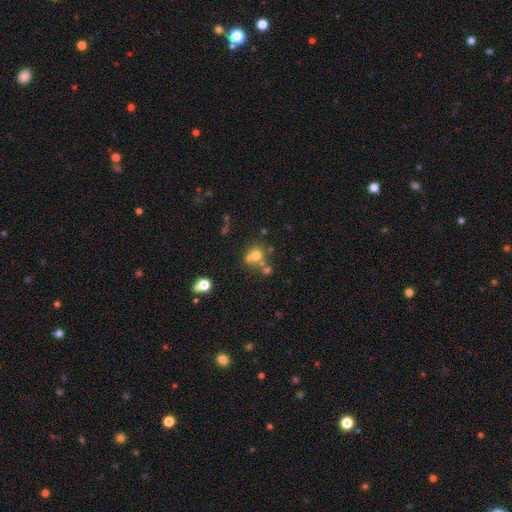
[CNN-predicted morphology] smooth_or_featured: smooth (p=0.66) [alt: star or artifact p=0.17]
how_rounded: round (p=0.81) [alt: in between p=0.18]
merging: none (p=0.47) [alt: merger p=0.37]